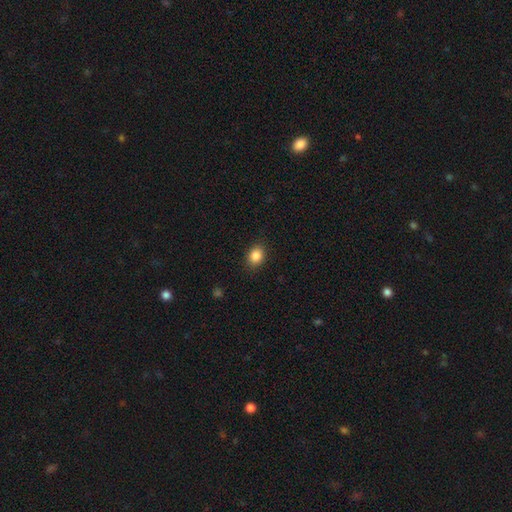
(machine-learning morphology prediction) smooth 86%, star or artifact 9%, featured or disk 4%. Down the decision tree: how rounded — in between (59%); merging — none (87%).